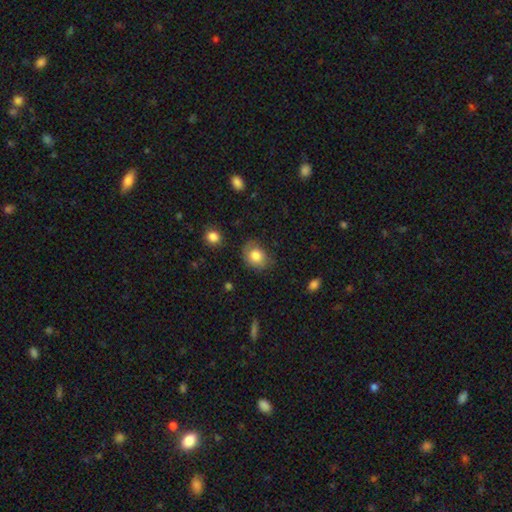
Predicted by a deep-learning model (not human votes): A smooth galaxy with no disk features (78%) that is round (54%). Merging: none (67%).